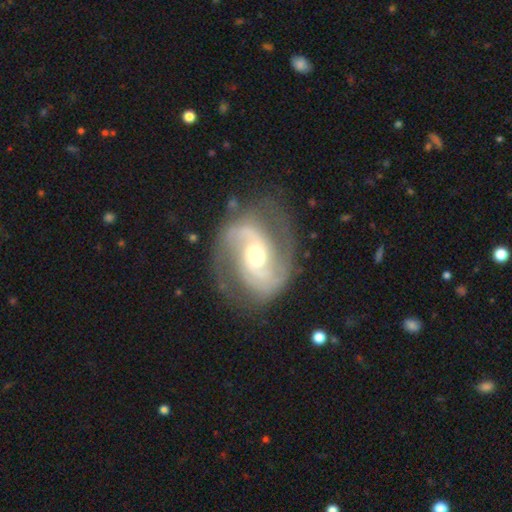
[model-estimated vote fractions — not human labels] smooth-or-featured: featured or disk: 89% | smooth: 6% | star or artifact: 5%
  disk-edge-on: no: 98% | yes: 2%
    bar: no: 49% | weak: 38% | strong: 13%
    has-spiral-arms: yes: 97% | no: 3%
      spiral-winding: medium: 51% | tight: 29% | loose: 20%
      spiral-arm-count: 2: 84% | 3: 5% | can't tell: 5% | 1: 2% | 4: 2% | more than 4: 2%
    bulge-size: moderate: 65% | small: 24% | large: 8% | dominant: 1% | none: 1%
  merging: none: 72% | minor disturbance: 17% | major disturbance: 9% | merger: 2%